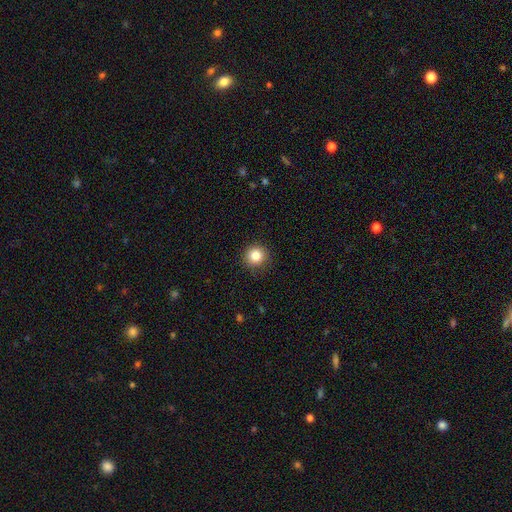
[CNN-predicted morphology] The model was most divided on "smooth or featured": smooth: 84%, star or artifact: 11%, featured or disk: 5%. More confident: how rounded — round (95%); merging — none (91%).